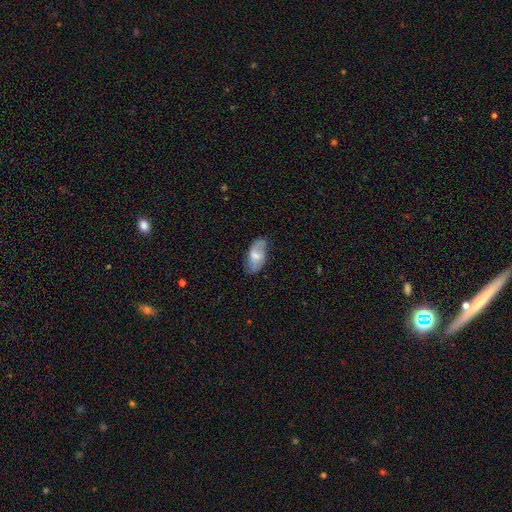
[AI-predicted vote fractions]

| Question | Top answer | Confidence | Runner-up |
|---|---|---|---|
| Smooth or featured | smooth | 48% | featured or disk (45%) |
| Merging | none | 72% | minor disturbance (21%) |